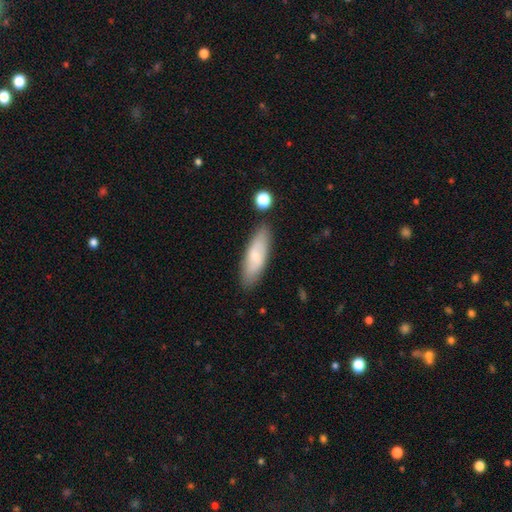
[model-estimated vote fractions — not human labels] Smooth or featured?
  - smooth: 68% *
  - featured or disk: 25%
  - star or artifact: 6%
How rounded?
  - in between: 53% *
  - cigar-shaped: 45%
  - round: 2%
Merging?
  - none: 82% *
  - minor disturbance: 12%
  - merger: 3%
  - major disturbance: 3%